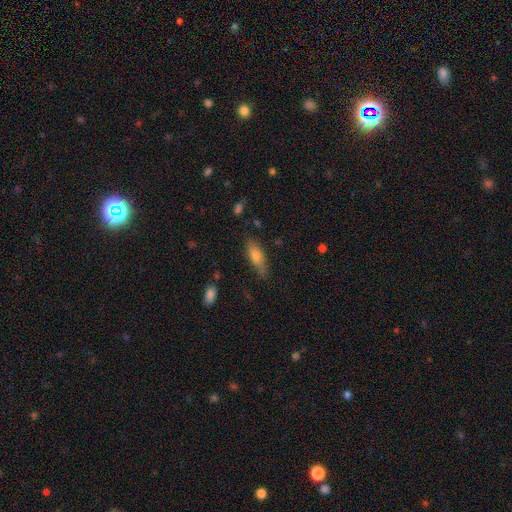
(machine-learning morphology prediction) Q: Smooth or featured?
A: smooth (68%); runner-up: featured or disk (24%)
Q: How rounded?
A: in between (53%); runner-up: cigar-shaped (45%)
Q: Merging?
A: none (70%); runner-up: minor disturbance (22%)